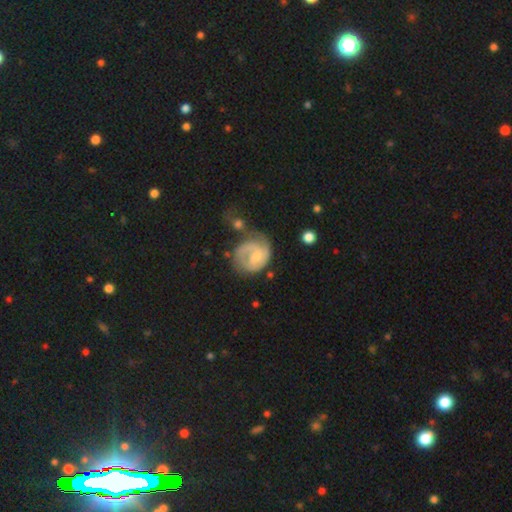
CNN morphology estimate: Q: Smooth or featured?
A: featured or disk (68%); runner-up: smooth (27%)
Q: Edge-on disk?
A: no (98%); runner-up: yes (2%)
Q: Bar?
A: weak (48%); runner-up: no (43%)
Q: Spiral arms?
A: yes (86%); runner-up: no (14%)
Q: Spiral winding?
A: tight (44%); runner-up: medium (38%)
Q: Spiral arm count?
A: 2 (43%); runner-up: 1 (32%)
Q: Bulge size?
A: small (47%); runner-up: moderate (34%)
Q: Merging?
A: none (46%); runner-up: minor disturbance (23%)